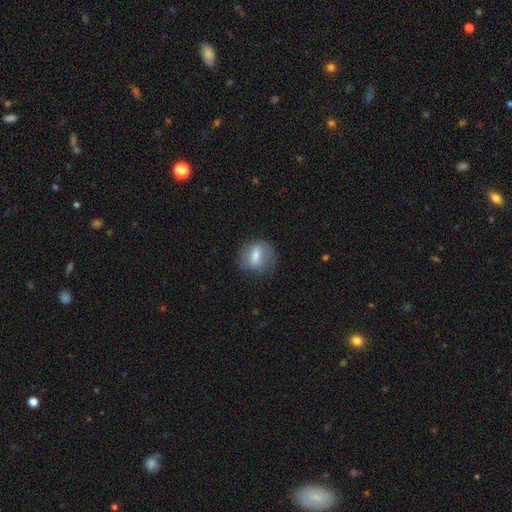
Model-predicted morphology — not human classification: Smooth or featured? smooth (66%)
How rounded? round (55%)
Merging? none (67%)